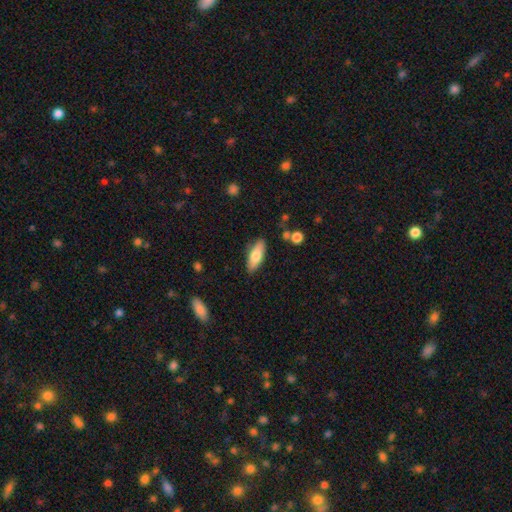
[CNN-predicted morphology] This is likely a smooth galaxy (73%). How rounded: likely in between (68%). Merging: clearly none (84%).